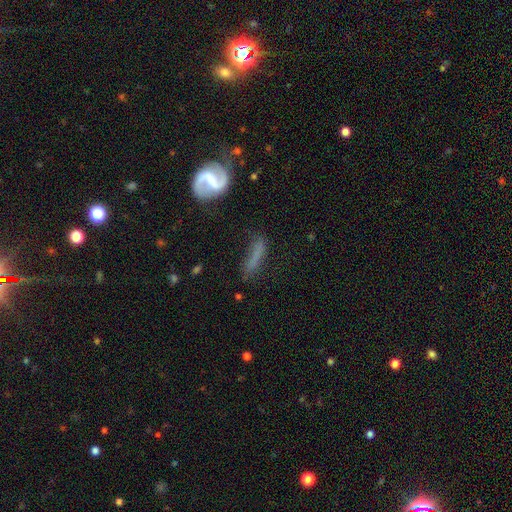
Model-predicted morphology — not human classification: A featured or disk galaxy (47%).

Vote fractions:
- Smooth or featured? featured or disk: 47% / smooth: 42% / star or artifact: 11%
- Merging? none: 58% / minor disturbance: 24% / major disturbance: 13% / merger: 5%